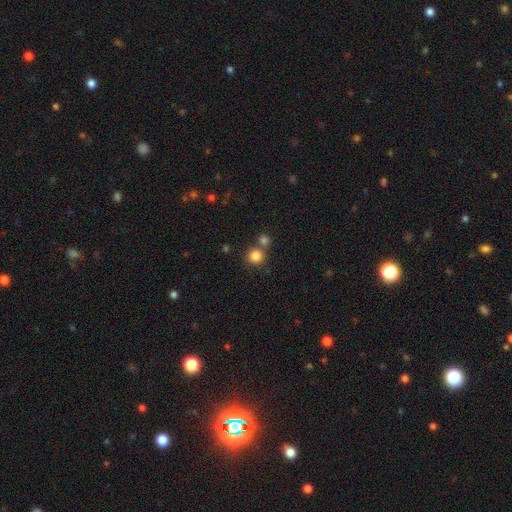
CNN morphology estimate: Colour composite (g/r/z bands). It shows a smooth galaxy with no disk features (84%) that is round (91%). Merging: none (64%).